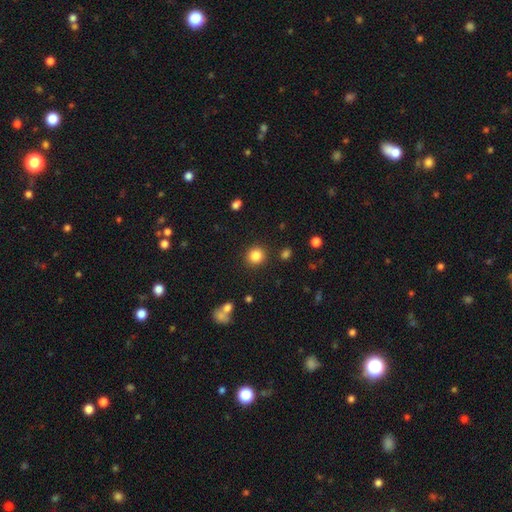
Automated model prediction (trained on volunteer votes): Smooth or featured? Predicted: smooth (p=0.85). How rounded? Predicted: round (p=0.89). Merging? Predicted: none (p=0.89).